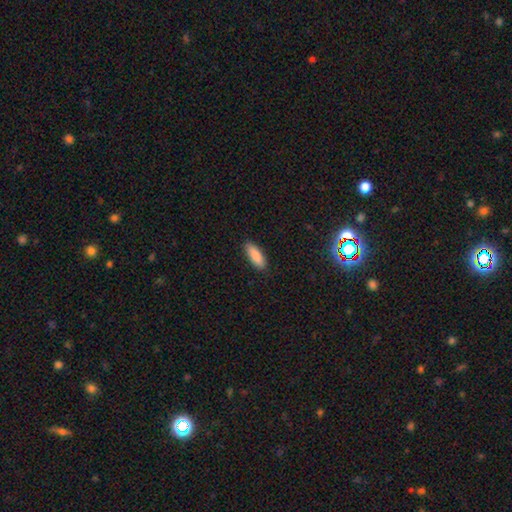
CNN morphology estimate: smooth 88%, featured or disk 6%, star or artifact 6%. Down the decision tree: how rounded — in between (61%); merging — none (88%).